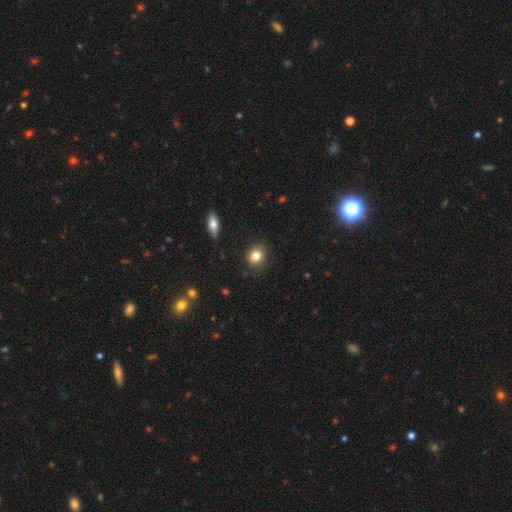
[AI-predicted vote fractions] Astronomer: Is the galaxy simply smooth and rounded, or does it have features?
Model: smooth — 82%.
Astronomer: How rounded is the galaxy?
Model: round — 69%.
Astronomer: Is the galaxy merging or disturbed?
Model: none — 85%.